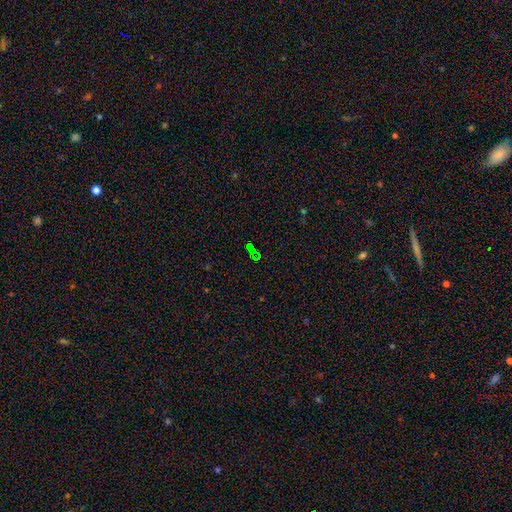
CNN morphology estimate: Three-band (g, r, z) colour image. It shows a star or artifact, not a galaxy (73%).